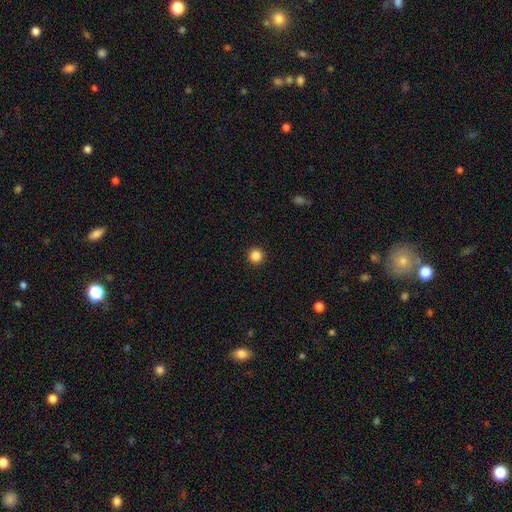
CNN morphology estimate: type=smooth (85%); roundness=round (96%); merging=none (94%).